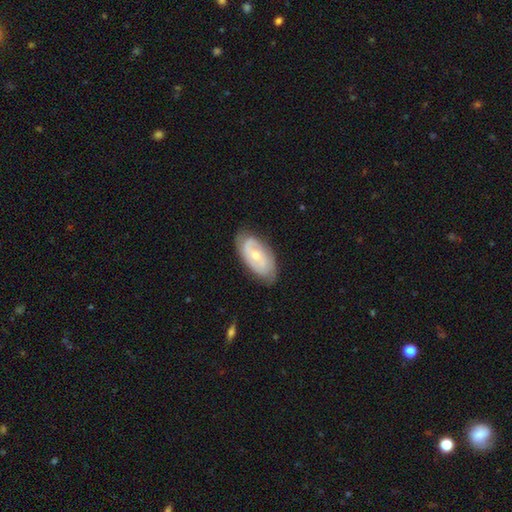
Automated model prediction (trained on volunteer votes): Q: Smooth or featured?
A: featured or disk (68%); runner-up: smooth (27%)
Q: Edge-on disk?
A: no (94%); runner-up: yes (6%)
Q: Bar?
A: no (67%); runner-up: weak (27%)
Q: Spiral arms?
A: yes (82%); runner-up: no (18%)
Q: Spiral winding?
A: tight (53%); runner-up: medium (34%)
Q: Spiral arm count?
A: 2 (54%); runner-up: can't tell (29%)
Q: Bulge size?
A: small (54%); runner-up: moderate (42%)
Q: Merging?
A: none (75%); runner-up: minor disturbance (20%)